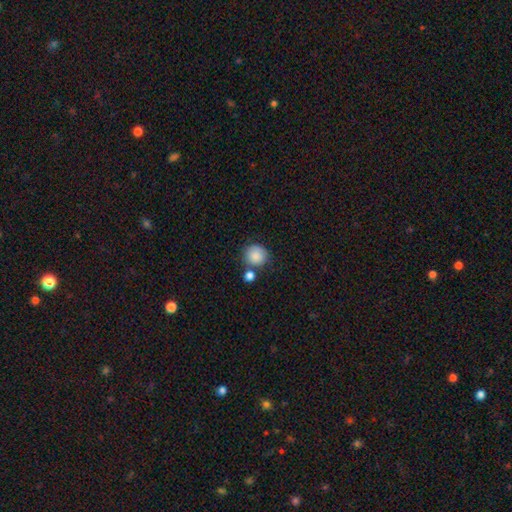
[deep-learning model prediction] Smooth or featured? Predicted: smooth (p=0.85). How rounded? Predicted: round (p=0.91). Merging? Predicted: none (p=0.66).